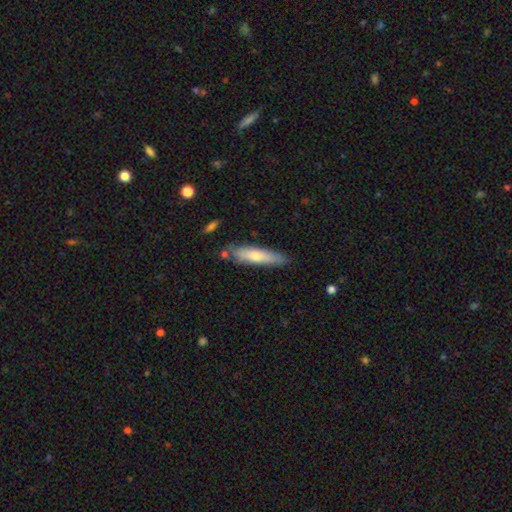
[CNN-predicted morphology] smooth_or_featured: smooth (p=0.62) [alt: featured or disk p=0.32]
how_rounded: cigar-shaped (p=0.79) [alt: in between p=0.20]
merging: none (p=0.76) [alt: minor disturbance p=0.16]